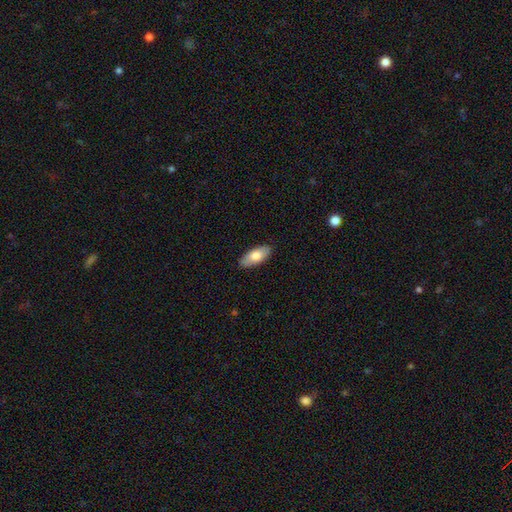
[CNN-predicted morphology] Overall: smooth (75%). How rounded: in between (88%). Merging: none (88%).